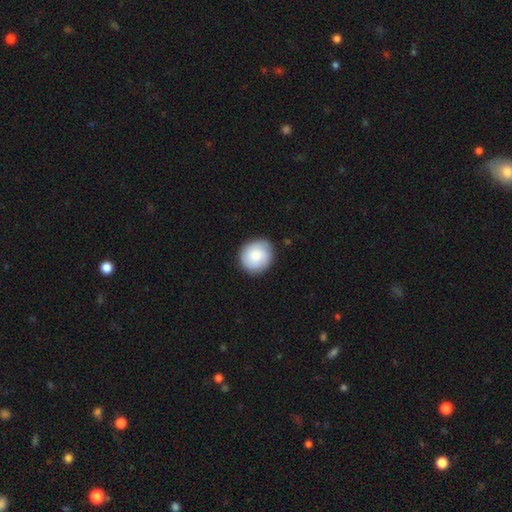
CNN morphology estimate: Overall: smooth (79%). How rounded: round (84%). Merging: none (85%).